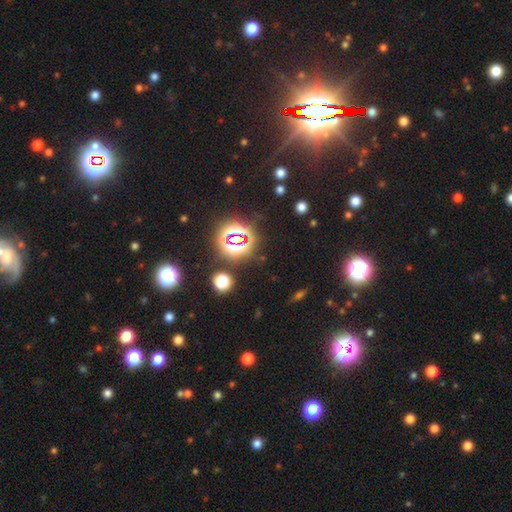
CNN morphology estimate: star or artifact 81%, smooth 12%, featured or disk 7%.